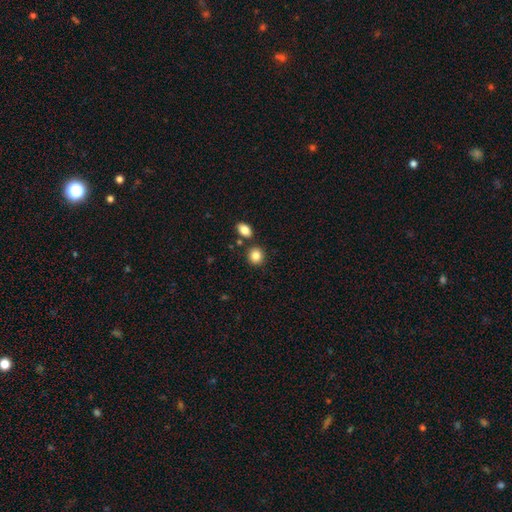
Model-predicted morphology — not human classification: Smooth or featured?
  - smooth: 86% *
  - star or artifact: 9%
  - featured or disk: 5%
How rounded?
  - round: 77% *
  - in between: 22%
  - cigar-shaped: 1%
Merging?
  - none: 79% *
  - merger: 10%
  - minor disturbance: 8%
  - major disturbance: 2%